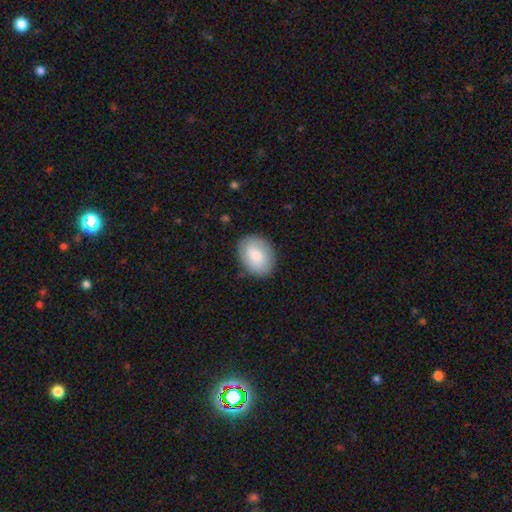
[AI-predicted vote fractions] Smooth or featured? smooth (77%)
How rounded? in between (67%)
Merging? none (82%)